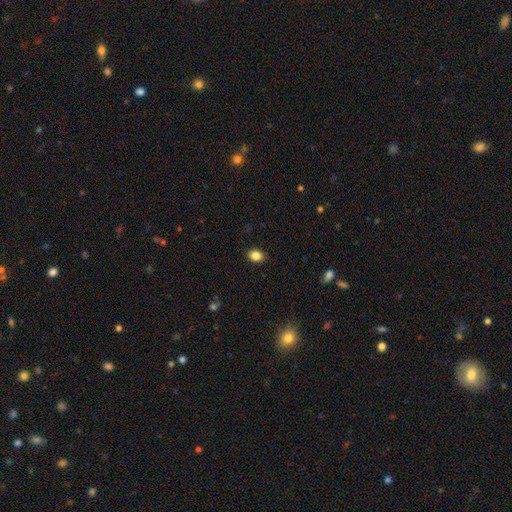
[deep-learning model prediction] smooth 85%, star or artifact 10%, featured or disk 5%. Down the decision tree: how rounded — in between (62%); merging — none (88%).